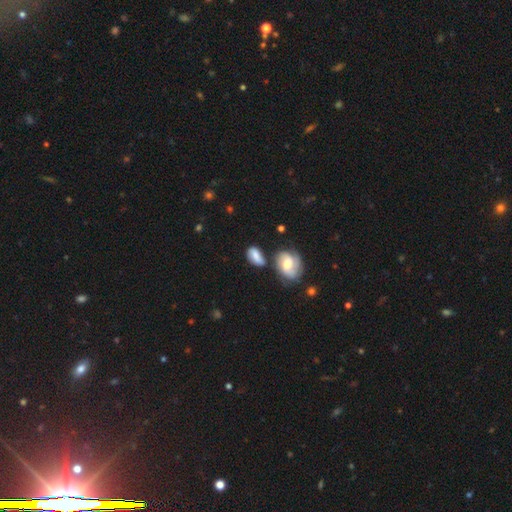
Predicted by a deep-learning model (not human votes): A smooth galaxy with no disk features (62%) that is in between round and cigar-shaped (83%).

Vote fractions:
- Smooth or featured? smooth: 62% / featured or disk: 29% / star or artifact: 9%
- How rounded? in between: 83% / round: 13% / cigar-shaped: 4%
- Merging? none: 50% / minor disturbance: 22% / merger: 20% / major disturbance: 8%